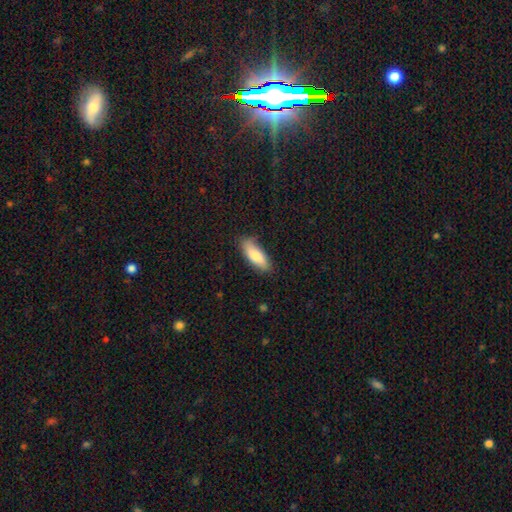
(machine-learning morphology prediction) Overall: smooth (79%). How rounded: in between (66%; cigar-shaped 32%). Merging: none (81%).